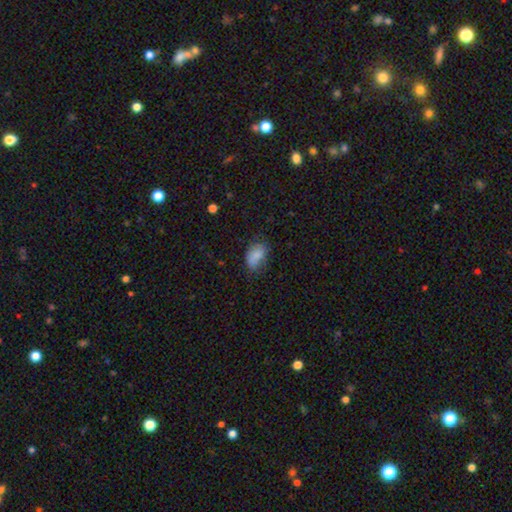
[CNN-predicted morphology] This appears to be a smooth galaxy with no disk features (83%) that is in between round and cigar-shaped (87%). Merging: none (56%).